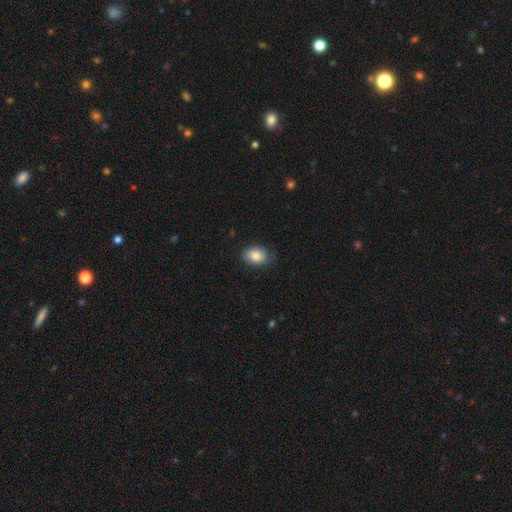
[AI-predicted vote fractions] Smooth or featured? Predicted: smooth (p=0.83). How rounded? Predicted: in between (p=0.74). Merging? Predicted: none (p=0.77).